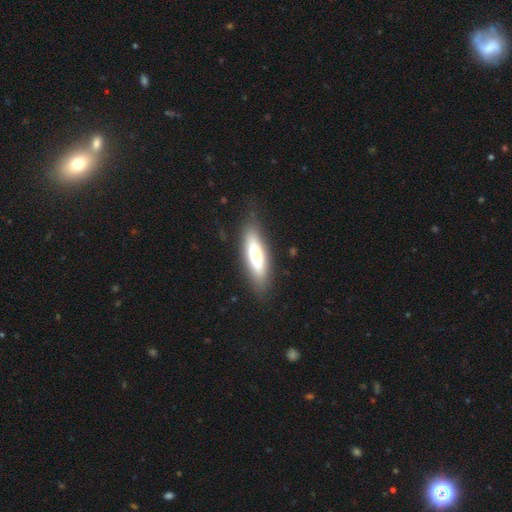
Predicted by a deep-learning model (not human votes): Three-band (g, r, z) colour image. It shows a smooth galaxy with no disk features (69%) that is cigar-shaped (59%). Merging: none (80%).